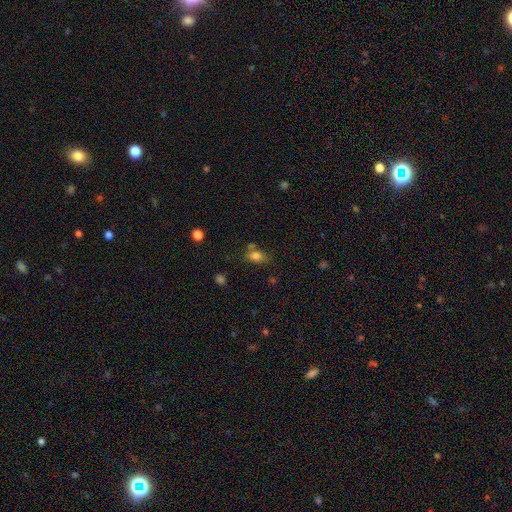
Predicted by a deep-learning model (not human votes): The model was most divided on "merging": none: 54%, minor disturbance: 20%, merger: 18%, major disturbance: 8%. More confident: smooth or featured — smooth (79%); how rounded — in between (68%).